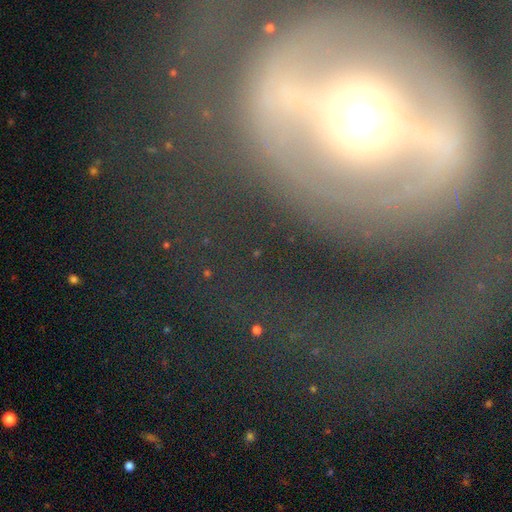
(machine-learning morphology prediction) Q: Smooth or featured?
A: featured or disk (77%); runner-up: smooth (14%)
Q: Edge-on disk?
A: no (90%); runner-up: yes (10%)
Q: Bar?
A: strong (55%); runner-up: no (24%)
Q: Spiral arms?
A: yes (56%); runner-up: no (44%)
Q: Bulge size?
A: moderate (62%); runner-up: small (17%)
Q: Merging?
A: none (61%); runner-up: major disturbance (24%)